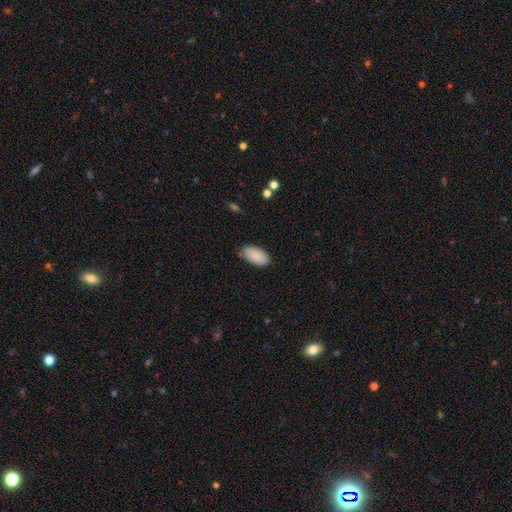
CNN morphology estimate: Smooth or featured? Predicted: smooth (p=0.90). How rounded? Predicted: in between (p=0.95). Merging? Predicted: none (p=0.83).